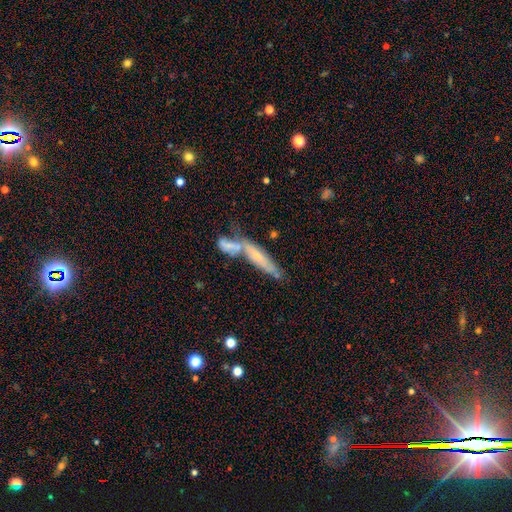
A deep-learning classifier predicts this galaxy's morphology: The model was most divided on "merging": none: 42%, merger: 38%, minor disturbance: 13%, major disturbance: 6%. More confident: edge-on disk — yes (70%); smooth or featured — featured or disk (52%).